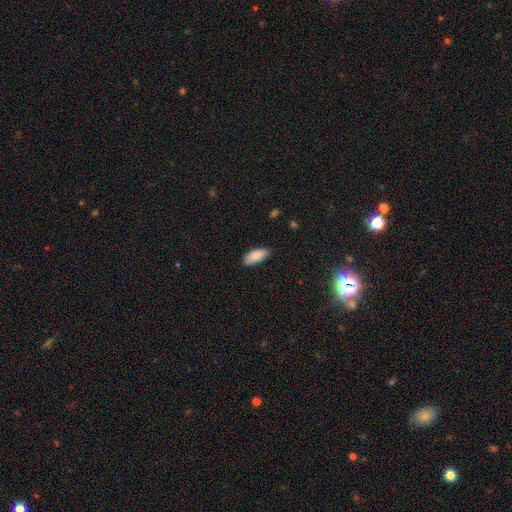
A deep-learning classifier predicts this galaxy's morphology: smooth_or_featured: smooth (p=0.87) [alt: featured or disk p=0.07]
how_rounded: in between (p=0.86) [alt: cigar-shaped p=0.12]
merging: none (p=0.82) [alt: minor disturbance p=0.14]